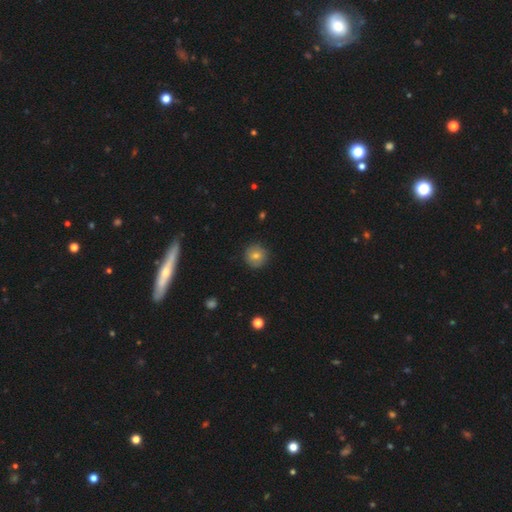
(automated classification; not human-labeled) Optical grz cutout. It shows a smooth galaxy with no disk features (72%) that is round (93%). Merging: none (88%).